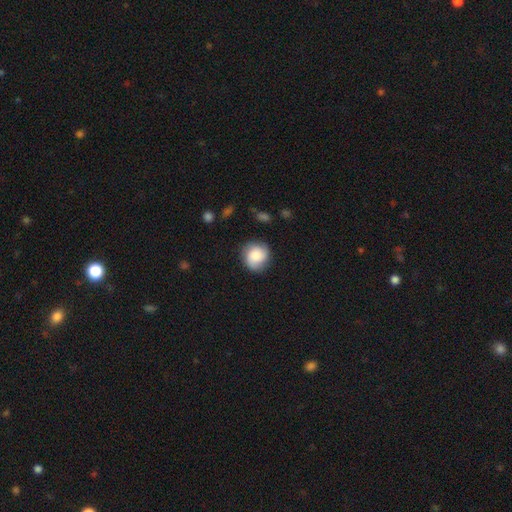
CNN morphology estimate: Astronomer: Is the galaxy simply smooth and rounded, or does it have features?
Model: smooth — 66%.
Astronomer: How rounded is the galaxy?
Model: round — 86%.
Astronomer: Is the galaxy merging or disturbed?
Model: none — 79%.